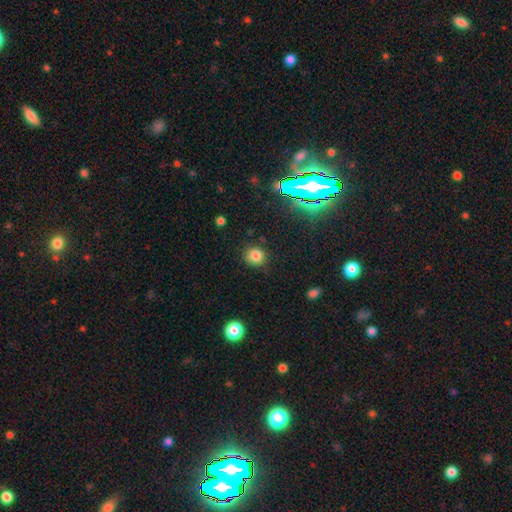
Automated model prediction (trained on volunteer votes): smooth 79%, star or artifact 15%, featured or disk 6%. Down the decision tree: how rounded — round (88%); merging — none (86%).